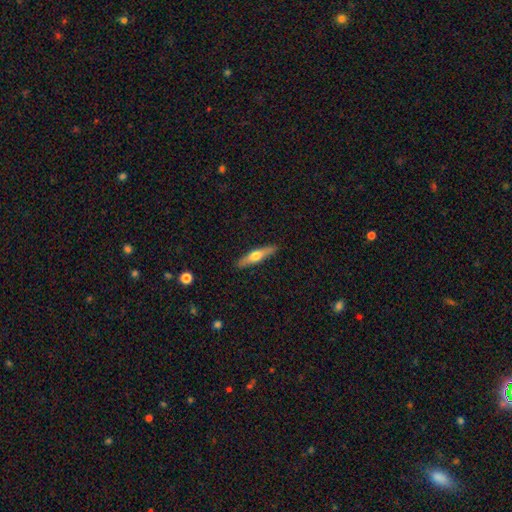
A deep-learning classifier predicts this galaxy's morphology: A smooth galaxy with no disk features (48%).

Vote fractions:
- Smooth or featured? smooth: 48% / featured or disk: 46% / star or artifact: 6%
- Merging? none: 89% / minor disturbance: 8% / major disturbance: 2% / merger: 1%